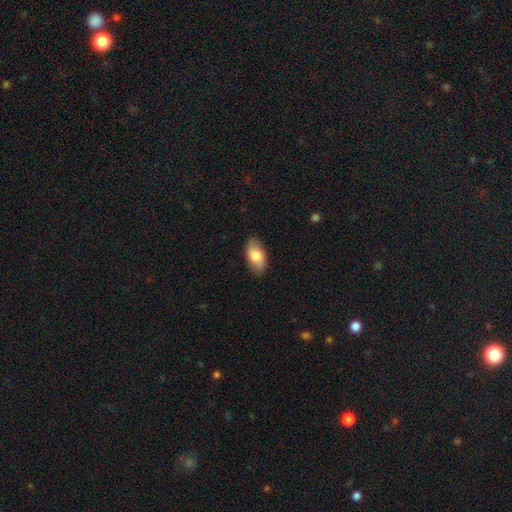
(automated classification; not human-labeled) Smooth or featured: smooth — 78% (featured or disk — 16%)
How rounded: in between — 94% (cigar-shaped — 3%)
Merging: none — 86% (minor disturbance — 10%)